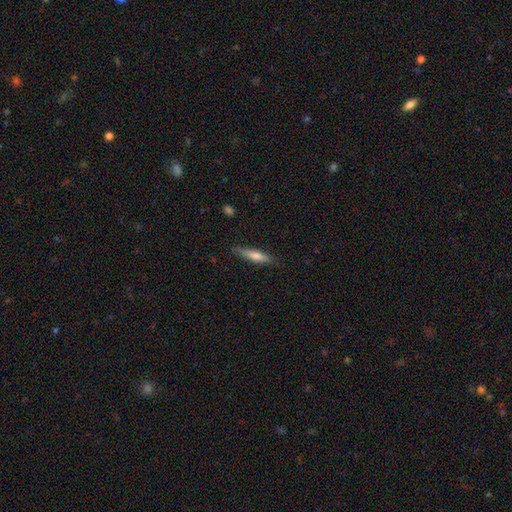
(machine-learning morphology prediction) Overall: smooth (65%; featured or disk 29%). How rounded: cigar-shaped (81%). Merging: none (82%).